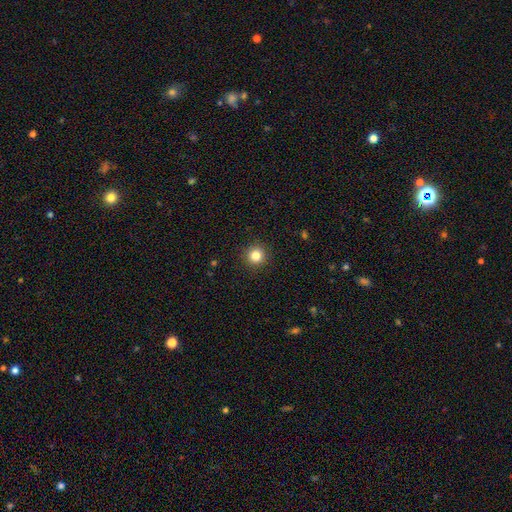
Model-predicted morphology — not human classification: Q: Smooth or featured?
A: smooth (83%); runner-up: star or artifact (12%)
Q: How rounded?
A: round (95%); runner-up: in between (4%)
Q: Merging?
A: none (92%); runner-up: minor disturbance (5%)